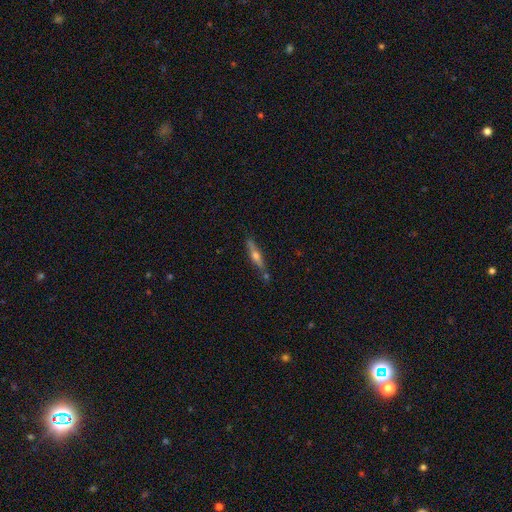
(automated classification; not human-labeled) smooth_or_featured: featured or disk (p=0.59) [alt: smooth p=0.34]
disk_edge_on: yes (p=0.94) [alt: no p=0.06]
edge_on_bulge: rounded (p=0.87) [alt: boxy p=0.07]
merging: none (p=0.77) [alt: minor disturbance p=0.14]